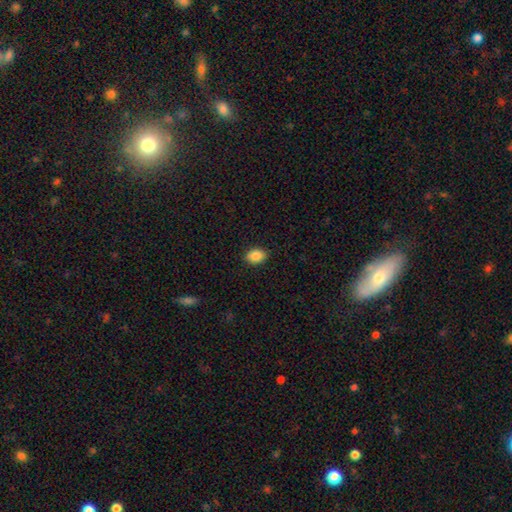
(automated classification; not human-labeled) Smooth or featured: smooth — 88% (star or artifact — 8%)
How rounded: in between — 76% (round — 22%)
Merging: none — 90% (minor disturbance — 8%)